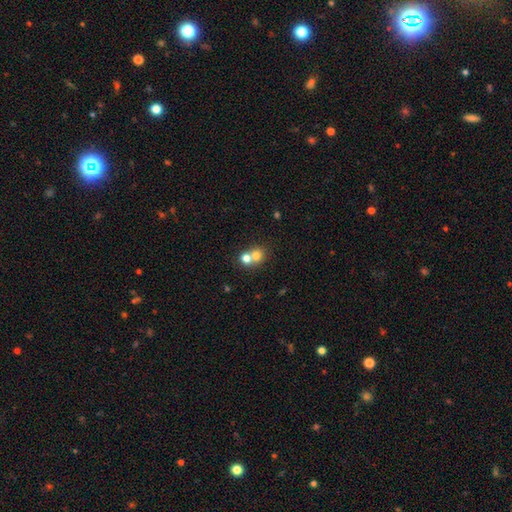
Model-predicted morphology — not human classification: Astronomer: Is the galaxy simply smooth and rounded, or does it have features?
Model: smooth — 73%.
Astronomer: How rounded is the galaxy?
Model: round — 78%.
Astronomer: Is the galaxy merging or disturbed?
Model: merger — 57% (runner-up: none, 36%).